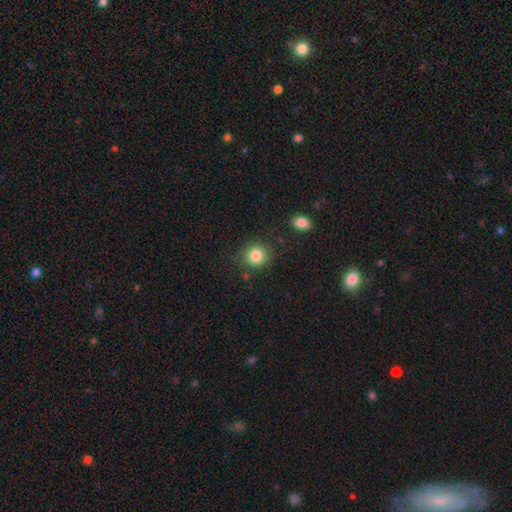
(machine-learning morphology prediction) smooth-or-featured: smooth: 84% | star or artifact: 10% | featured or disk: 5%
  how-rounded: round: 86% | in between: 14% | cigar-shaped: 1%
  merging: none: 83% | minor disturbance: 10% | major disturbance: 4% | merger: 3%